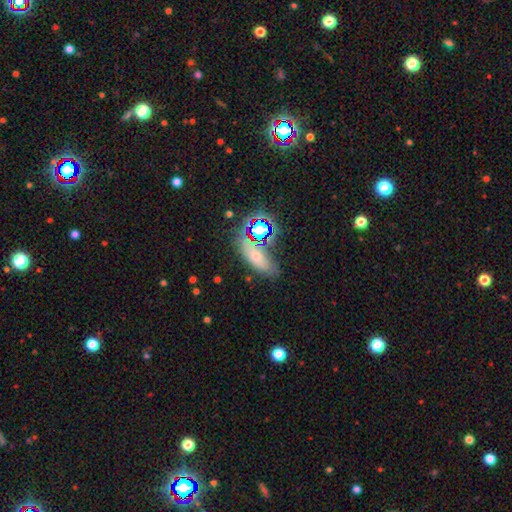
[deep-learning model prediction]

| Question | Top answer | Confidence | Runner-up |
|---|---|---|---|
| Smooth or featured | smooth | 56% | star or artifact (23%) |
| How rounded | in between | 64% | cigar-shaped (26%) |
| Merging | none | 70% | minor disturbance (17%) |